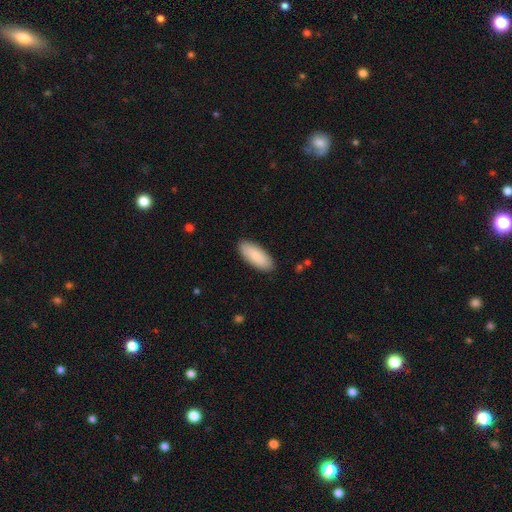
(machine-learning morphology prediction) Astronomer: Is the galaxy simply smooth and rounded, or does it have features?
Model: smooth — 88%.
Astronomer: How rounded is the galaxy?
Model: in between — 81%.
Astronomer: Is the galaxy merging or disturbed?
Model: none — 89%.